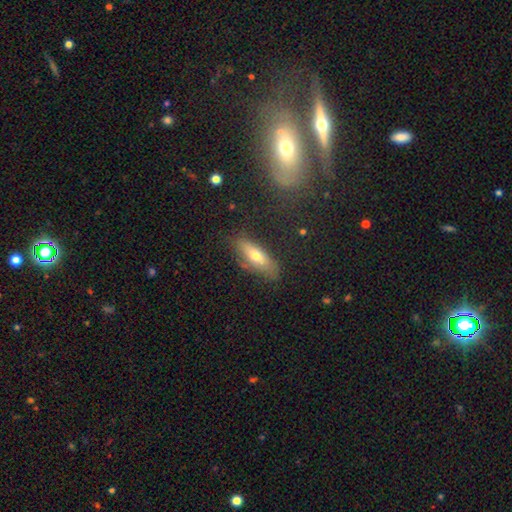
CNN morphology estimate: The model was most divided on "how rounded": in between: 59%, cigar-shaped: 38%, round: 3%. More confident: merging — none (75%); smooth or featured — smooth (62%).